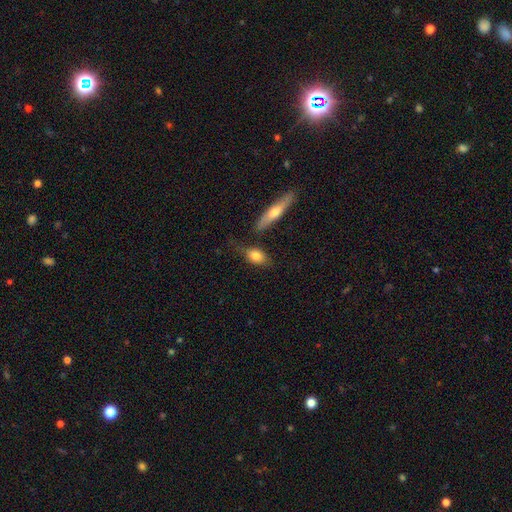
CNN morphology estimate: This is likely a smooth galaxy (76%). How rounded: likely in between (77%). Merging: likely none (65%).